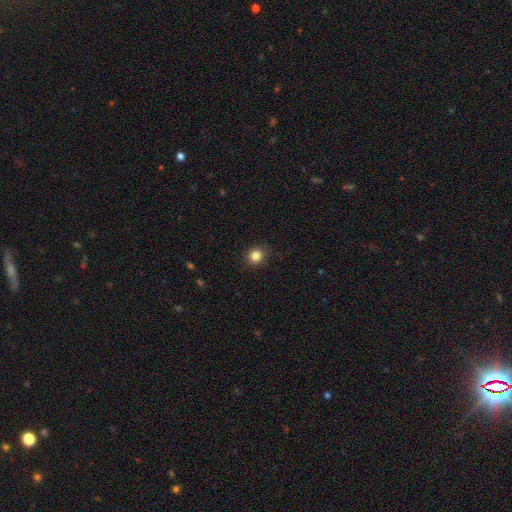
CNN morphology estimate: Q: Smooth or featured?
A: smooth (84%); runner-up: star or artifact (11%)
Q: How rounded?
A: round (83%); runner-up: in between (16%)
Q: Merging?
A: none (90%); runner-up: minor disturbance (7%)